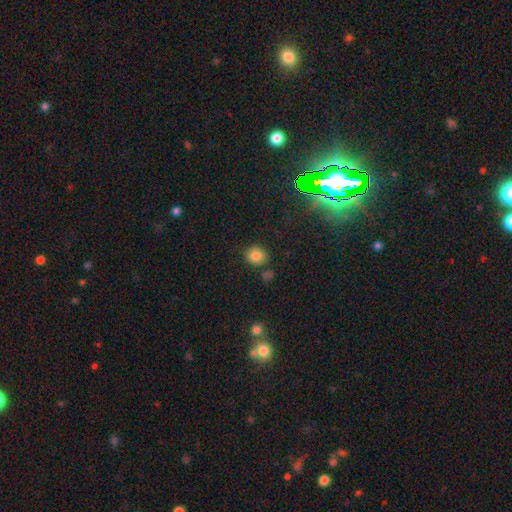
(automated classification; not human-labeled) A smooth galaxy with no disk features (81%) that is round (85%). Merging: none (80%).